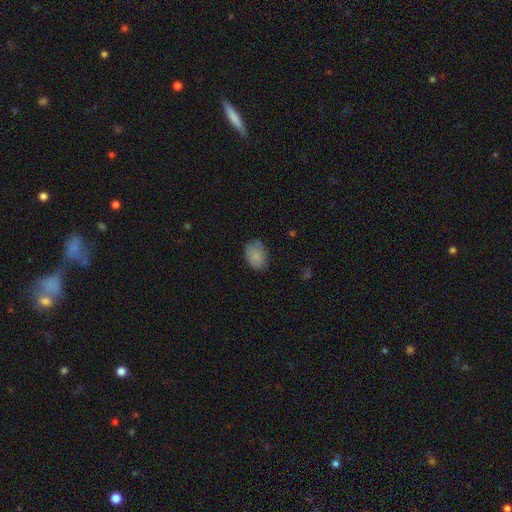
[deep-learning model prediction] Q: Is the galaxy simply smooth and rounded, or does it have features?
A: smooth — 85%.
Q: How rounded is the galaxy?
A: in between — 79%.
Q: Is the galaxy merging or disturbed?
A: none — 72%.